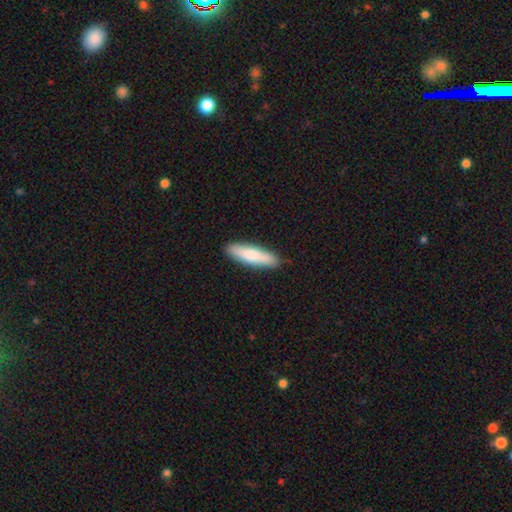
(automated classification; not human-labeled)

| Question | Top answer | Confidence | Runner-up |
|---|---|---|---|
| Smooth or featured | smooth | 77% | featured or disk (18%) |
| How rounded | cigar-shaped | 72% | in between (26%) |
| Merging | none | 88% | minor disturbance (9%) |